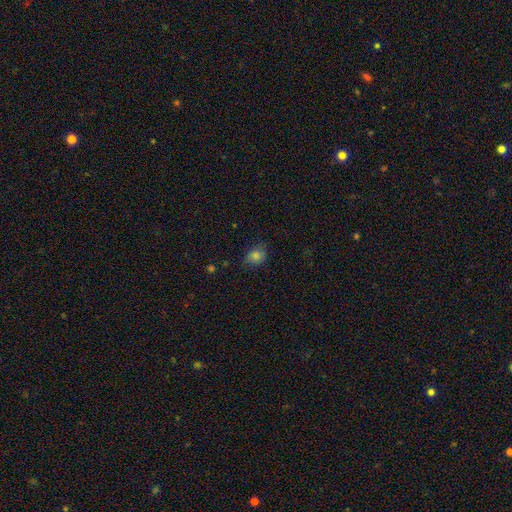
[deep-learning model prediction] Morphology: type=smooth (79%); roundness=in between (55%); merging=none (65%).